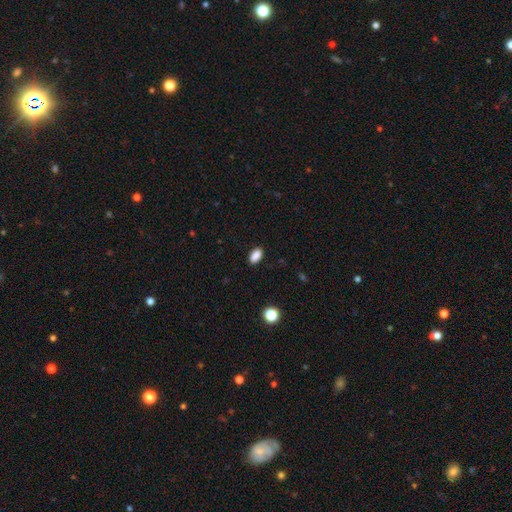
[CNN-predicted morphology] Overall: smooth (87%). How rounded: in between (89%). Merging: none (87%).